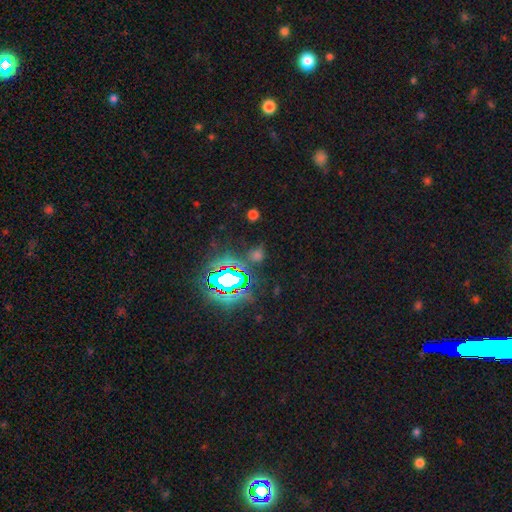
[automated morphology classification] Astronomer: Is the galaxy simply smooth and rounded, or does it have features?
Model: star or artifact — 59%.